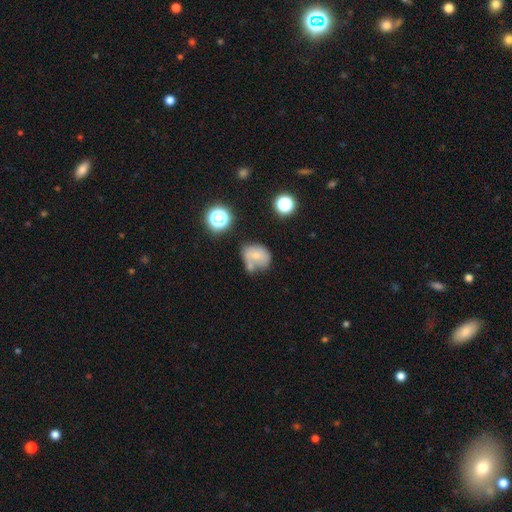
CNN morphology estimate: Smooth or featured?
  - smooth: 58% *
  - featured or disk: 28%
  - star or artifact: 14%
How rounded?
  - round: 51% *
  - in between: 48%
  - cigar-shaped: 1%
Merging?
  - none: 36% *
  - minor disturbance: 25%
  - merger: 23%
  - major disturbance: 16%